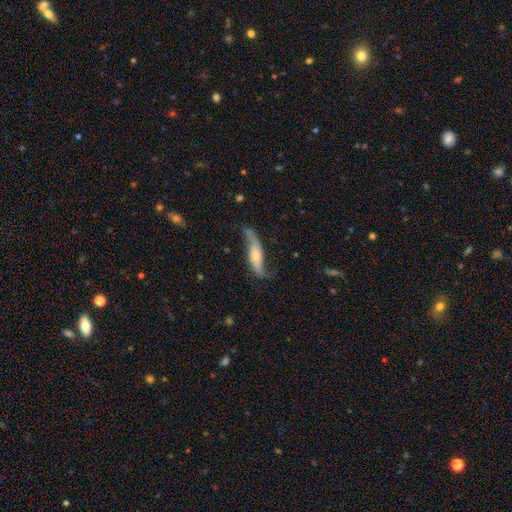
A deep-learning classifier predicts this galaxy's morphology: smooth_or_featured: featured or disk (p=0.72) [alt: smooth p=0.22]
disk_edge_on: no (p=0.73) [alt: yes p=0.27]
bar: no (p=0.59) [alt: weak p=0.25]
has_spiral_arms: yes (p=0.91) [alt: no p=0.09]
bulge_size: moderate (p=0.44) [alt: small p=0.43]
merging: none (p=0.62) [alt: minor disturbance p=0.24]